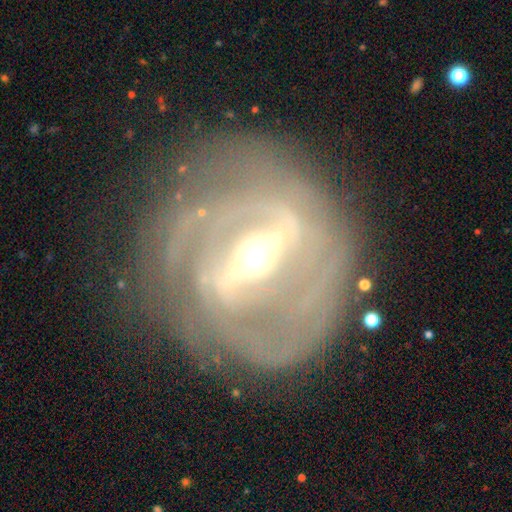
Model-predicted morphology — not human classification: A featured or disk galaxy (89%) with a strong bar (81%), 2 (45%) tight (63%) spiral arms (78%) and a moderate central bulge (63%). Merging: none (72%).